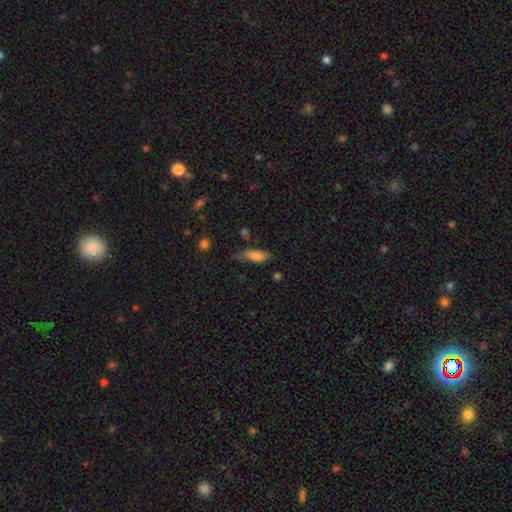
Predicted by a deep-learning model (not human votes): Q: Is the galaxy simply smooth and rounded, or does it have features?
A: smooth — 73%.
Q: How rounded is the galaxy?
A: in between — 59%.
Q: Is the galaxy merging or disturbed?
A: none — 59%.